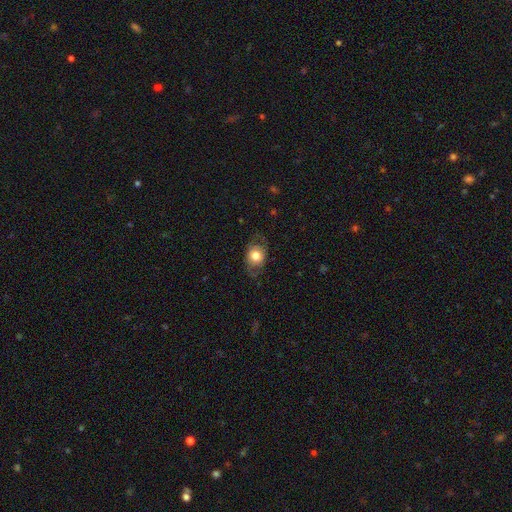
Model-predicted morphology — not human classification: This is likely a smooth galaxy (67%). How rounded: possibly in between (58%). Merging: likely none (69%).